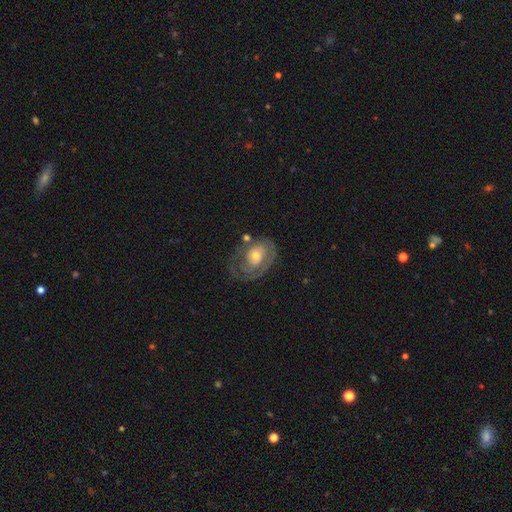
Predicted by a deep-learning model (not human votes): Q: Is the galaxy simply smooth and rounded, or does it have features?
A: featured or disk — 72%.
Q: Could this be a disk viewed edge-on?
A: no — 96%.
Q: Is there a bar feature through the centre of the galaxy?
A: no — 75%.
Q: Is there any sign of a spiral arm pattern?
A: yes — 75%.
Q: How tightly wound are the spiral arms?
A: tight — 63%.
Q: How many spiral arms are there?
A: can't tell — 34%.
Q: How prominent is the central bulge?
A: moderate — 54%.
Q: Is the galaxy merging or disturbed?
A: none — 53%.